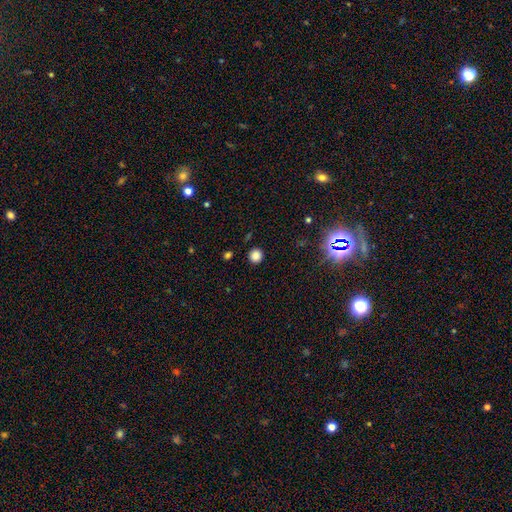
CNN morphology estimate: smooth 84%, star or artifact 13%, featured or disk 3%. Down the decision tree: how rounded — round (92%); merging — none (91%).